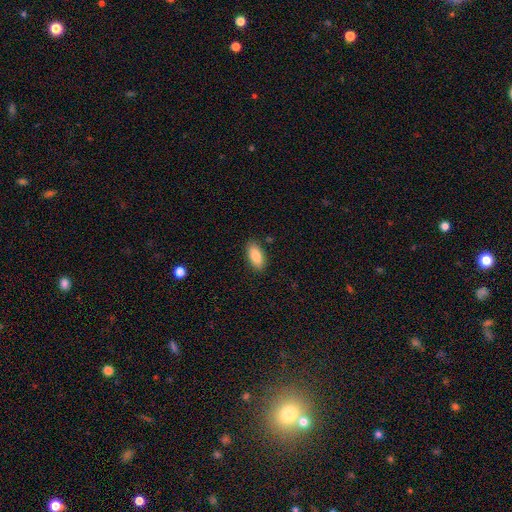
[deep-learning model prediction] This appears to be a smooth galaxy with no disk features (87%) that is in between round and cigar-shaped (89%). Merging: none (87%).